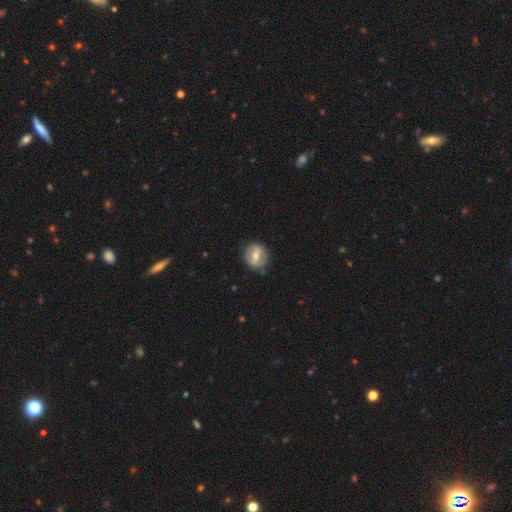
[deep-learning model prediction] smooth_or_featured: featured or disk (p=0.52) [alt: smooth p=0.41]
disk_edge_on: no (p=0.88) [alt: yes p=0.12]
merging: none (p=0.81) [alt: minor disturbance p=0.13]